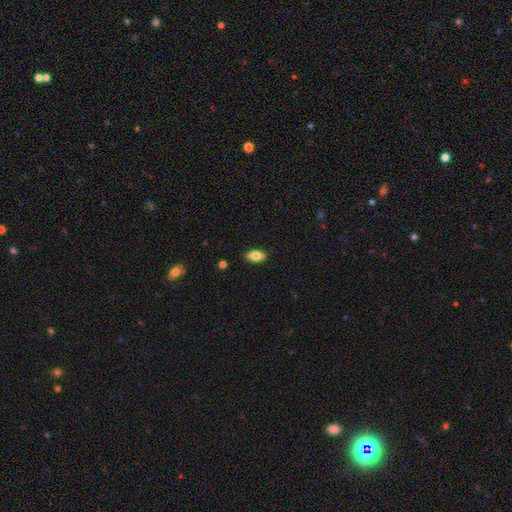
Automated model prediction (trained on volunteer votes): This appears to be a smooth galaxy with no disk features (75%) that is in between round and cigar-shaped (87%). Merging: none (88%).